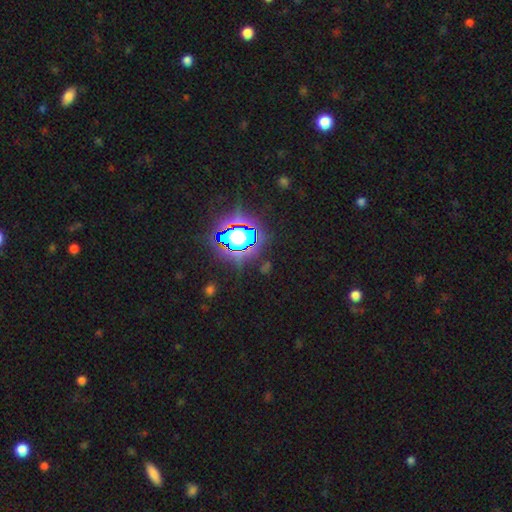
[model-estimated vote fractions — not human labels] Overall: star or artifact (80%).